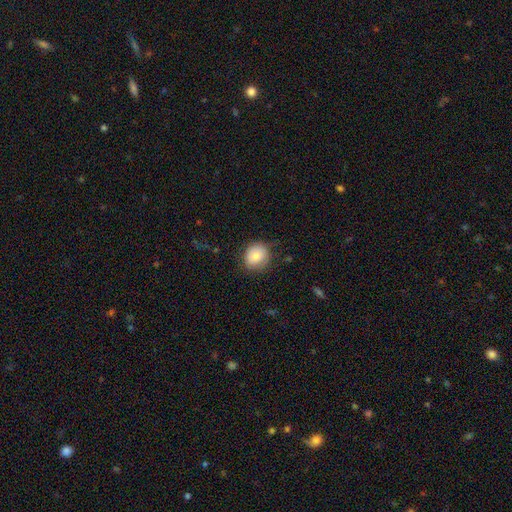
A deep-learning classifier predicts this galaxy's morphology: type=smooth (79%); roundness=round (75%); merging=none (75%).